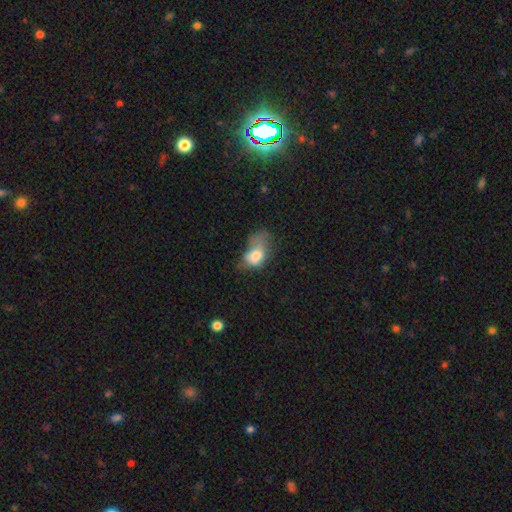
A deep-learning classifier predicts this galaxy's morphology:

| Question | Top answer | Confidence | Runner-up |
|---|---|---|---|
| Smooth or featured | smooth | 69% | featured or disk (21%) |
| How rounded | in between | 81% | round (17%) |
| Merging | major disturbance | 52% | minor disturbance (25%) |